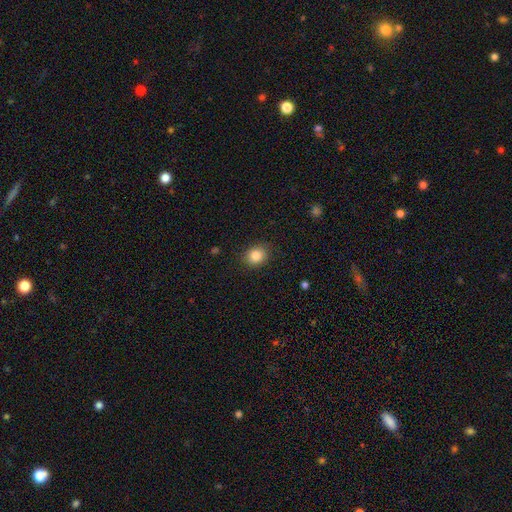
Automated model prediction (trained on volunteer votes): Overall: smooth (85%). How rounded: round (62%; in between 37%). Merging: none (87%).